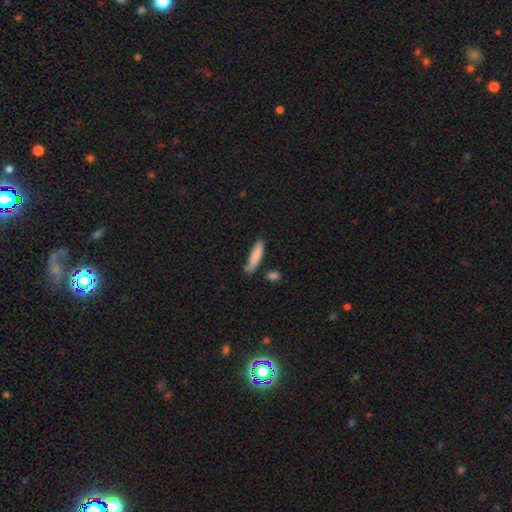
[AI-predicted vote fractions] Smooth or featured? Predicted: smooth (p=0.84). How rounded? Predicted: cigar-shaped (p=0.69). Merging? Predicted: none (p=0.62).